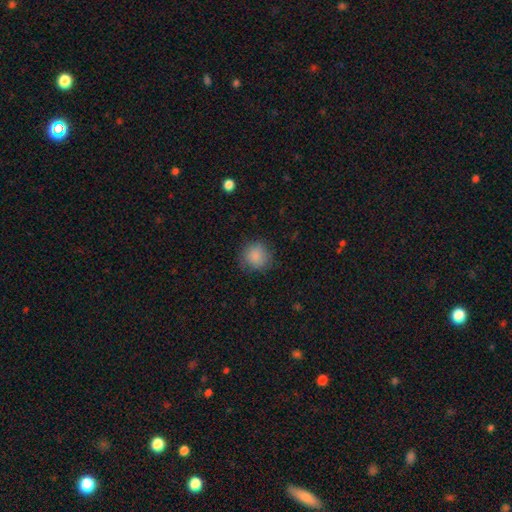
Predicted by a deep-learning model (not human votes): This is clearly a smooth galaxy (87%). How rounded: clearly round (89%). Merging: likely none (80%).